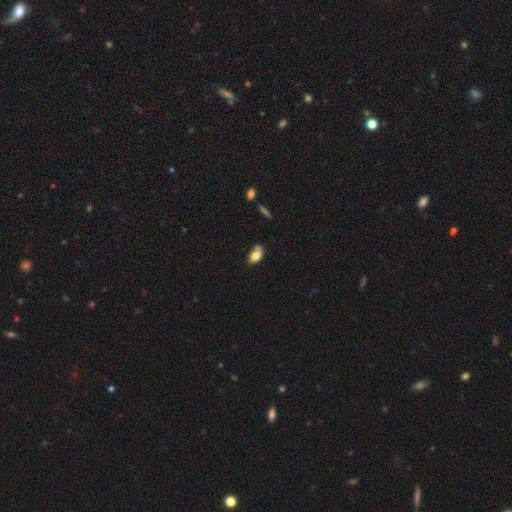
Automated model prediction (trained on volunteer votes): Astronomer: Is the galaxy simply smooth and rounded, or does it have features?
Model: smooth — 77%.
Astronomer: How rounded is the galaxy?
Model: in between — 87%.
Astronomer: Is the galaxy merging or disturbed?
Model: none — 44% (runner-up: minor disturbance, 26%).